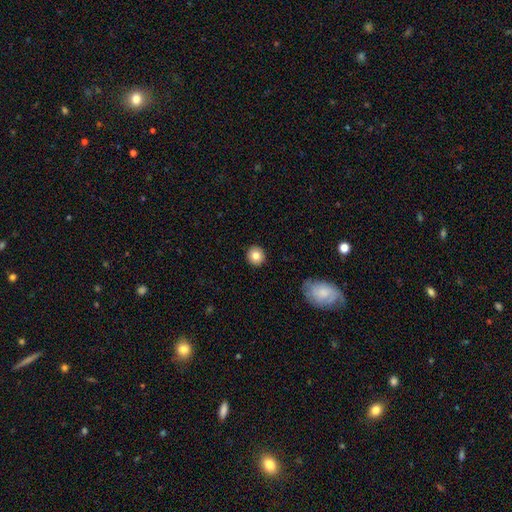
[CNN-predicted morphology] Q: Smooth or featured?
A: smooth (82%); runner-up: star or artifact (9%)
Q: How rounded?
A: round (91%); runner-up: in between (8%)
Q: Merging?
A: none (92%); runner-up: minor disturbance (6%)